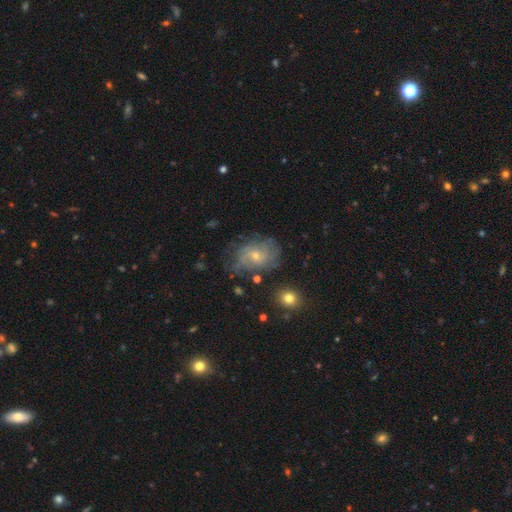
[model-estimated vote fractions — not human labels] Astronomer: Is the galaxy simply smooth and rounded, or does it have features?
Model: featured or disk — 64%.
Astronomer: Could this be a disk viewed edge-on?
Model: no — 96%.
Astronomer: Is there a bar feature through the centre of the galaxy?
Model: no — 75%.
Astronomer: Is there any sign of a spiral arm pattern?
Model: yes — 81%.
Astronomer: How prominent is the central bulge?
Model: small — 65%.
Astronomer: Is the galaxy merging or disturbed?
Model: none — 59%.